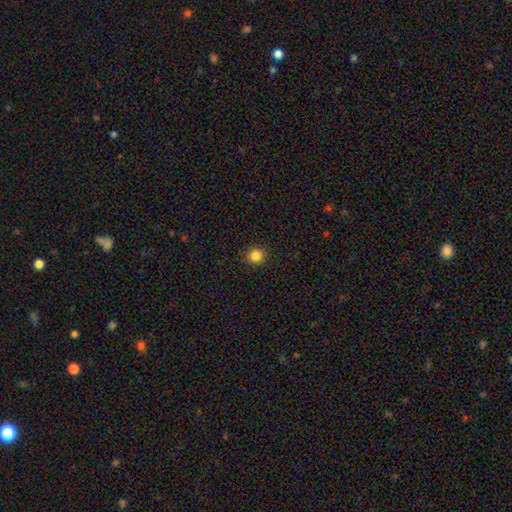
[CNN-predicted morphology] Smooth or featured? Predicted: smooth (p=0.84). How rounded? Predicted: round (p=0.87). Merging? Predicted: none (p=0.92).